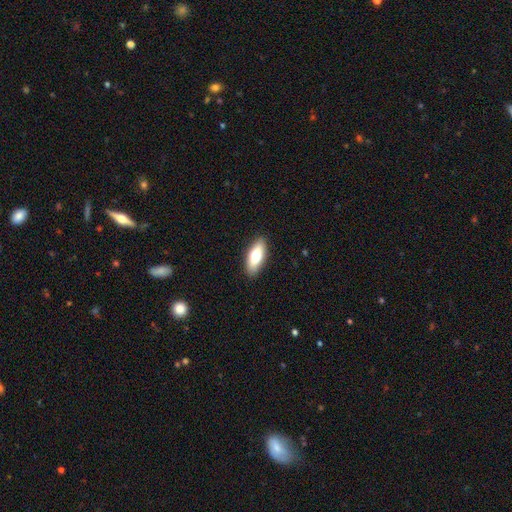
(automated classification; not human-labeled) smooth_or_featured: smooth (p=0.72) [alt: featured or disk p=0.21]
how_rounded: in between (p=0.77) [alt: cigar-shaped p=0.20]
merging: none (p=0.89) [alt: minor disturbance p=0.08]